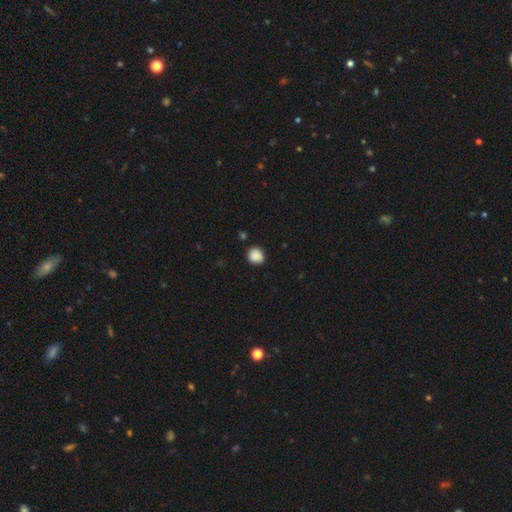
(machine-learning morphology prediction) Q: Smooth or featured?
A: smooth (88%); runner-up: star or artifact (9%)
Q: How rounded?
A: round (75%); runner-up: in between (24%)
Q: Merging?
A: none (84%); runner-up: minor disturbance (11%)